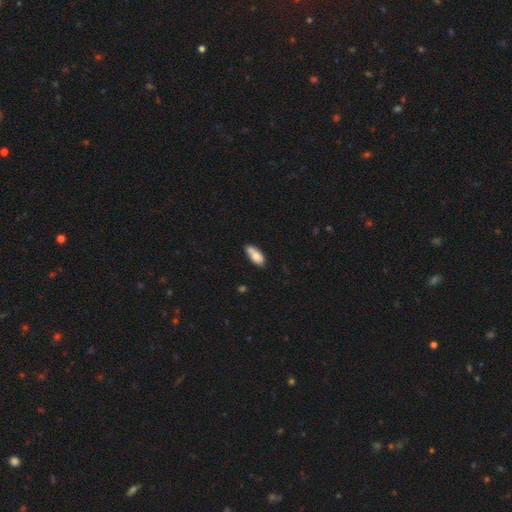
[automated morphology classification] Smooth or featured?
  - smooth: 77% *
  - featured or disk: 16%
  - star or artifact: 7%
How rounded?
  - in between: 79% *
  - cigar-shaped: 19%
  - round: 2%
Merging?
  - none: 58% *
  - minor disturbance: 27%
  - merger: 10%
  - major disturbance: 5%